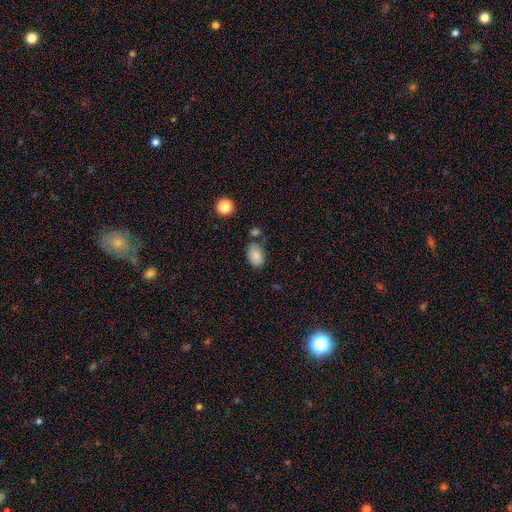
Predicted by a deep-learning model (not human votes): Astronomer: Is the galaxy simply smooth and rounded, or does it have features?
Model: smooth — 84%.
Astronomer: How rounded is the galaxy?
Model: in between — 85%.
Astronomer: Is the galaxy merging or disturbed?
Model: none — 67%.